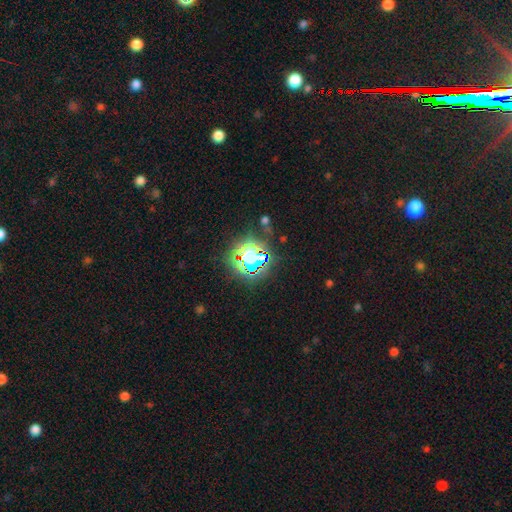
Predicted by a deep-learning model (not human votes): The model was most divided on "smooth or featured": star or artifact: 78%, smooth: 15%, featured or disk: 7%.